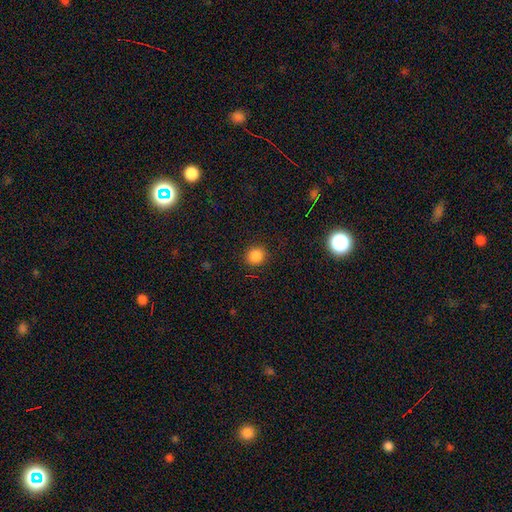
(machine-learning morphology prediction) smooth-or-featured: smooth: 85% | star or artifact: 11% | featured or disk: 3%
  how-rounded: round: 86% | in between: 13% | cigar-shaped: 1%
  merging: none: 90% | minor disturbance: 7% | major disturbance: 2% | merger: 1%